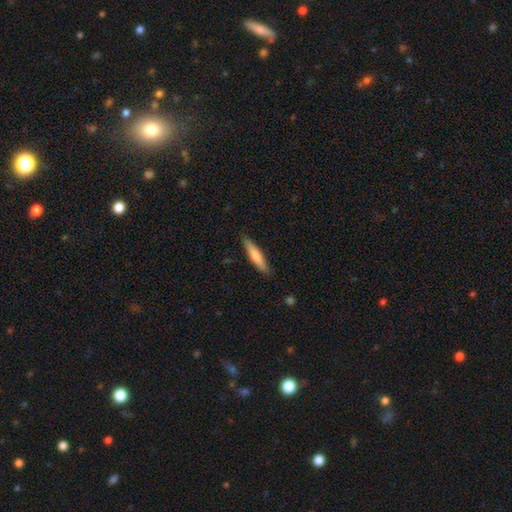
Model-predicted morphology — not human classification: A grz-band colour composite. It shows a smooth galaxy with no disk features (72%) that is cigar-shaped (89%). Merging: none (88%).